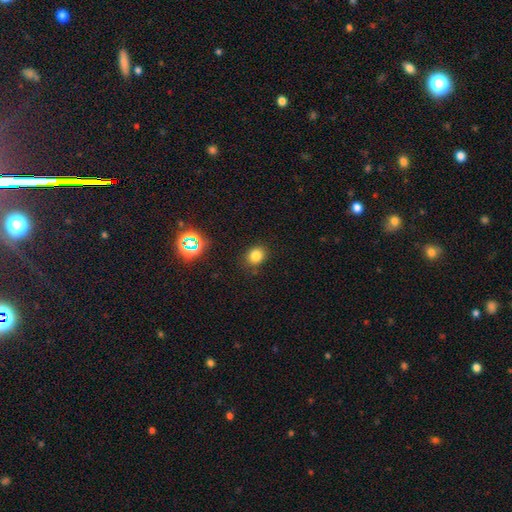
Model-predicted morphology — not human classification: Smooth or featured: smooth — 79% (star or artifact — 15%)
How rounded: round — 65% (in between — 34%)
Merging: none — 85% (minor disturbance — 10%)